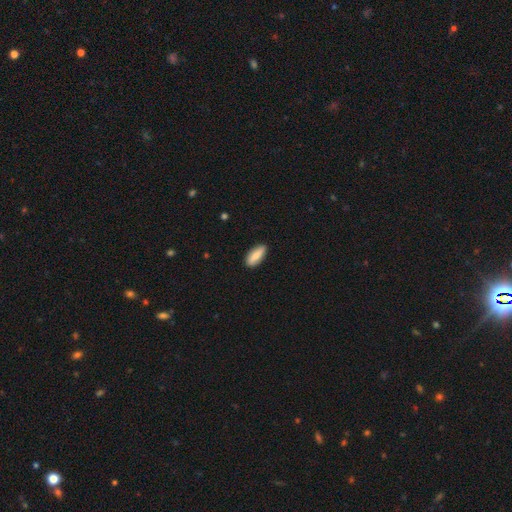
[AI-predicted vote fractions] smooth 78%, featured or disk 16%, star or artifact 6%. Down the decision tree: how rounded — in between (74%); merging — none (88%).